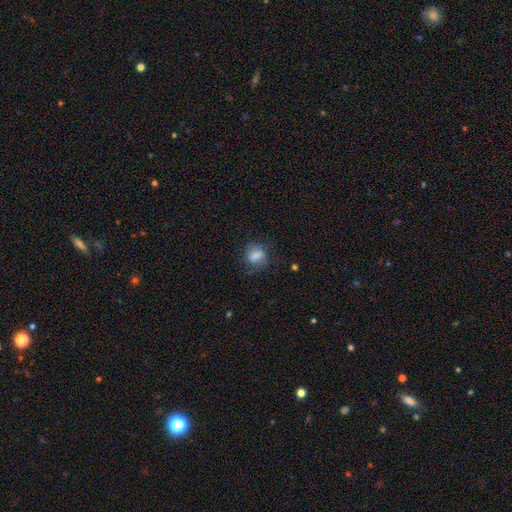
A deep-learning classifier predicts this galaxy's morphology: Smooth or featured? Predicted: smooth (p=0.77). How rounded? Predicted: in between (p=0.55). Merging? Predicted: none (p=0.60).